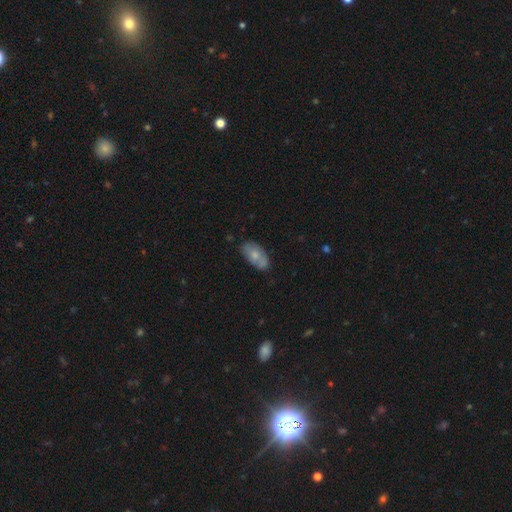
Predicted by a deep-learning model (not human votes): Smooth or featured? smooth (66%)
How rounded? in between (92%)
Merging? none (68%)